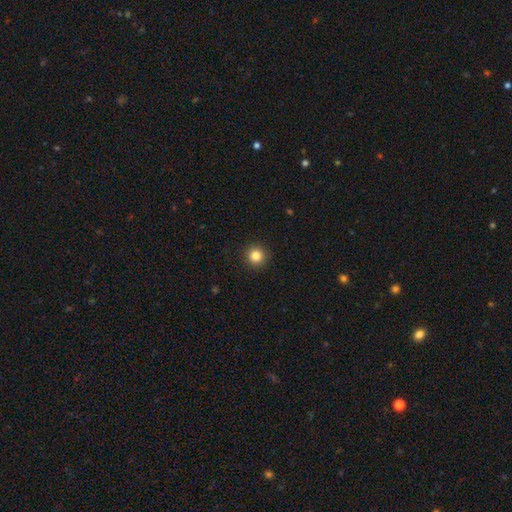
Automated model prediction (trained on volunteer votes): Q: Smooth or featured?
A: smooth (85%); runner-up: star or artifact (11%)
Q: How rounded?
A: round (95%); runner-up: in between (4%)
Q: Merging?
A: none (93%); runner-up: minor disturbance (5%)